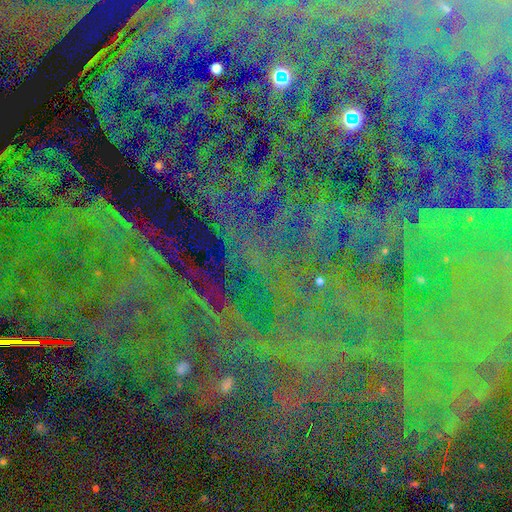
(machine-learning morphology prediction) Smooth or featured?
  - star or artifact: 84% *
  - smooth: 8%
  - featured or disk: 8%